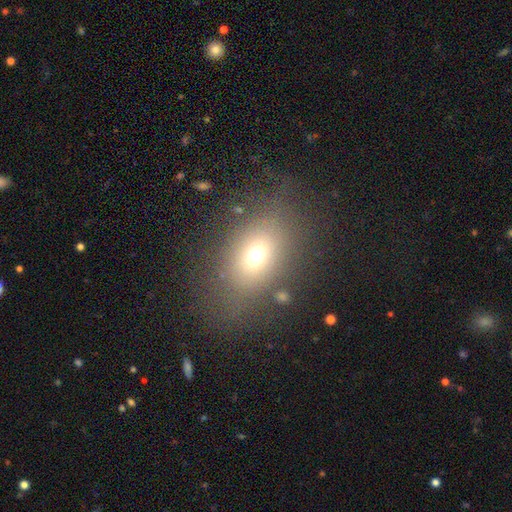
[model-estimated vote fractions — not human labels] This appears to be a smooth galaxy with no disk features (67%) that is in between round and cigar-shaped (69%). Merging: none (71%).